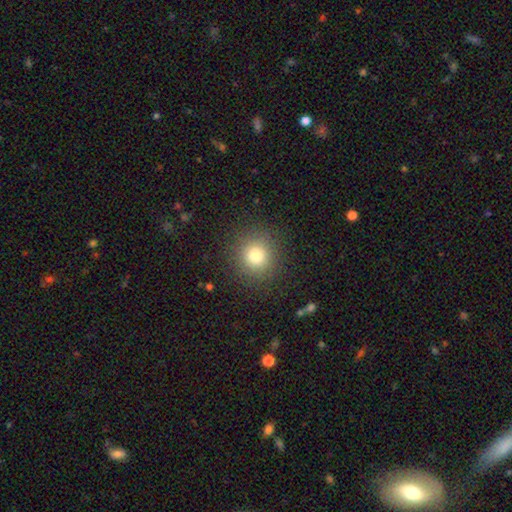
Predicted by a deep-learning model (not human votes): This is likely a smooth galaxy (78%). How rounded: clearly round (92%). Merging: clearly none (89%).